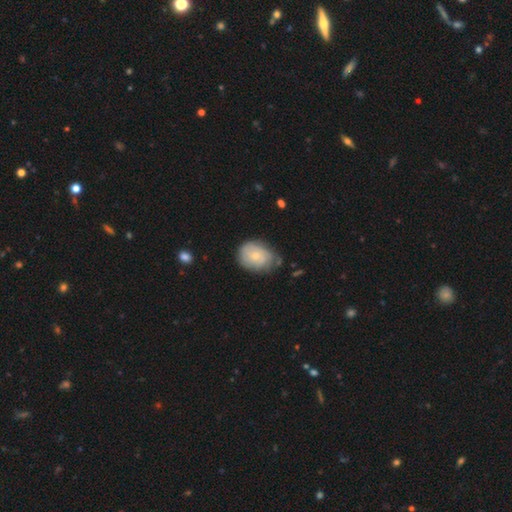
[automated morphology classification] smooth-or-featured: smooth: 57% | featured or disk: 37% | star or artifact: 6%
  how-rounded: in between: 57% | round: 42% | cigar-shaped: 1%
  merging: none: 56% | minor disturbance: 32% | major disturbance: 9% | merger: 3%